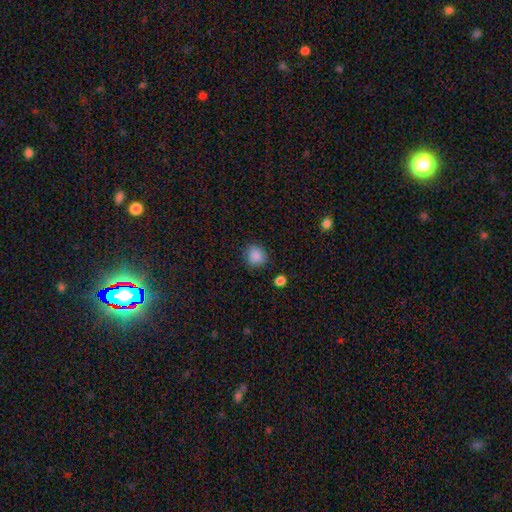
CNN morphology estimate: Overall: smooth (87%). How rounded: round (85%). Merging: none (85%).